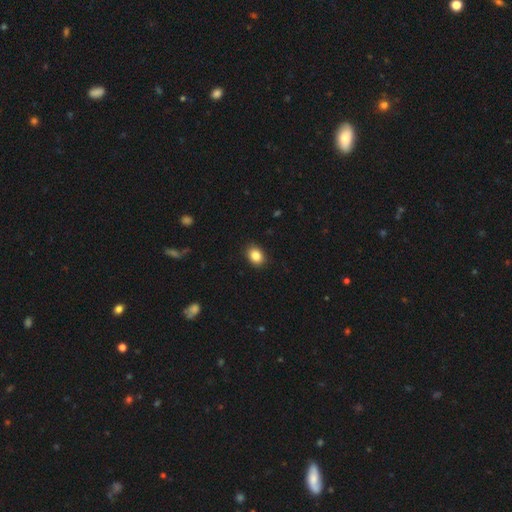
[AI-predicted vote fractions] Smooth or featured? smooth (86%)
How rounded? in between (66%)
Merging? none (90%)